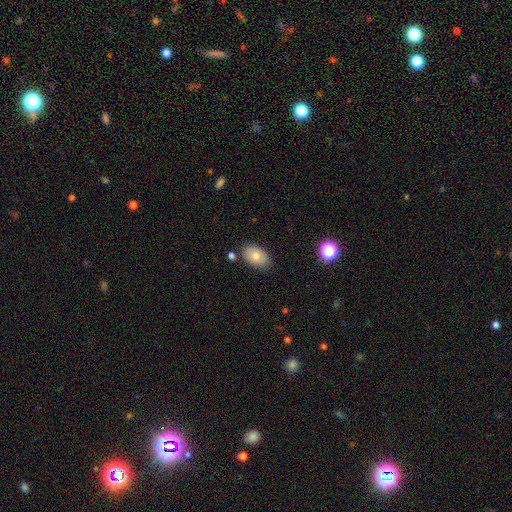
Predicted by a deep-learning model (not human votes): The model was most divided on "smooth or featured": smooth: 75%, featured or disk: 16%, star or artifact: 9%. More confident: how rounded — in between (88%); merging — none (82%).